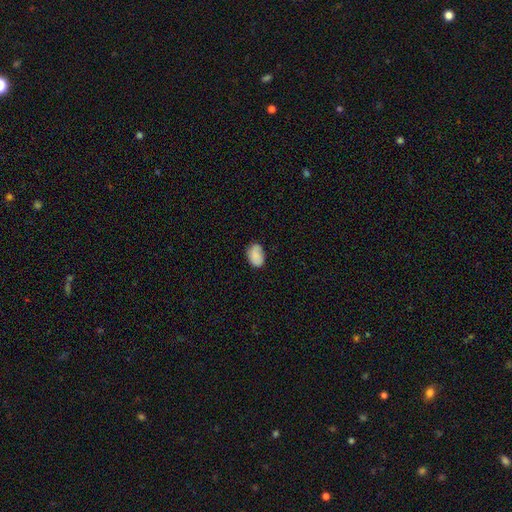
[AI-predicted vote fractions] Morphology: type=smooth (83%); roundness=in between (85%); merging=none (71%).